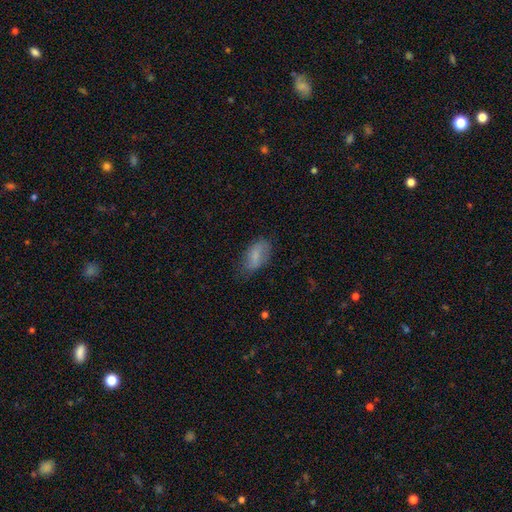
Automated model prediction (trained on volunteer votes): This is likely a smooth galaxy (71%). How rounded: clearly in between (91%). Merging: likely none (65%).